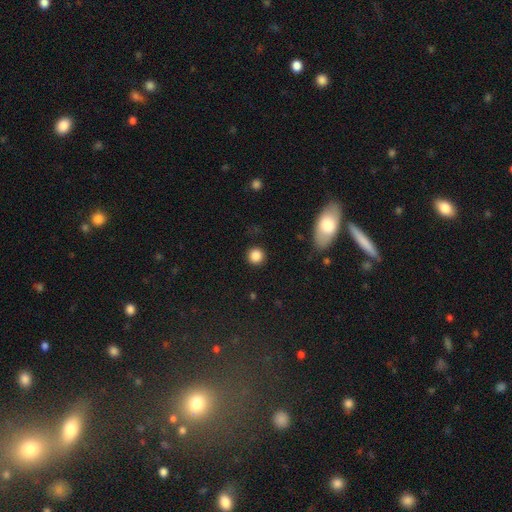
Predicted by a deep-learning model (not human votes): Overall: smooth (86%). How rounded: round (94%). Merging: none (91%).